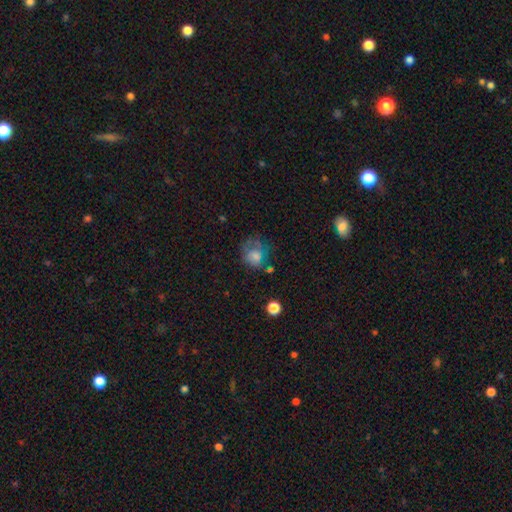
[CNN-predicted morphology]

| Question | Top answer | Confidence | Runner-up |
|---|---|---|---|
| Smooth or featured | smooth | 61% | featured or disk (28%) |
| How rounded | round | 63% | in between (36%) |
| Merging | none | 36% | major disturbance (34%) |